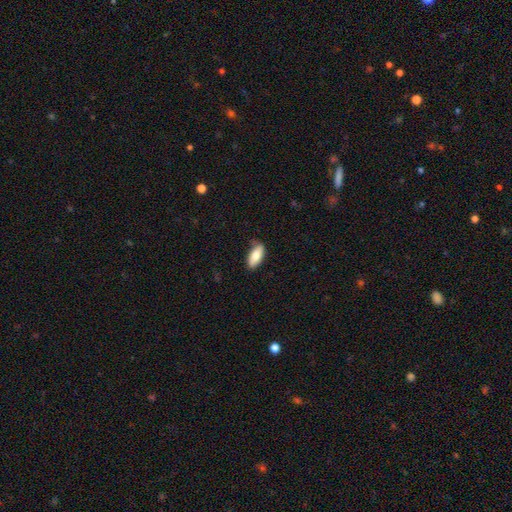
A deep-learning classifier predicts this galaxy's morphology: type=smooth (80%); roundness=in between (84%); merging=none (77%).